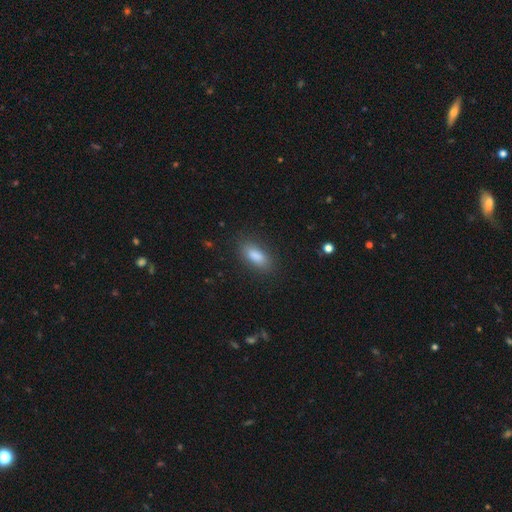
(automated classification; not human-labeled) Morphology: type=smooth (86%); roundness=in between (82%); merging=none (84%).